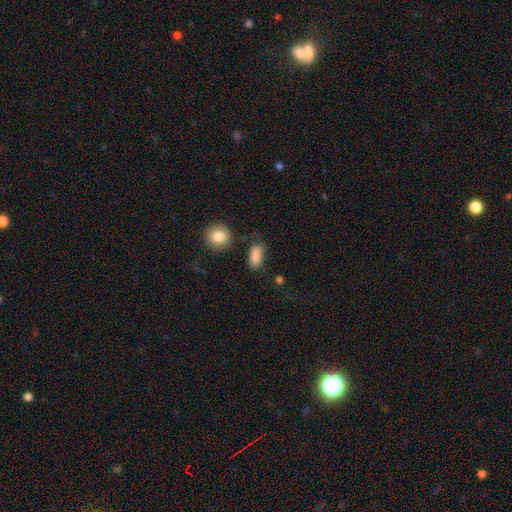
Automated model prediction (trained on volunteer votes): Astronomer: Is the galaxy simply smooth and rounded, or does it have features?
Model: smooth — 87%.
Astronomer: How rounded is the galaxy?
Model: in between — 88%.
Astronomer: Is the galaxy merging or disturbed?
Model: none — 67%.